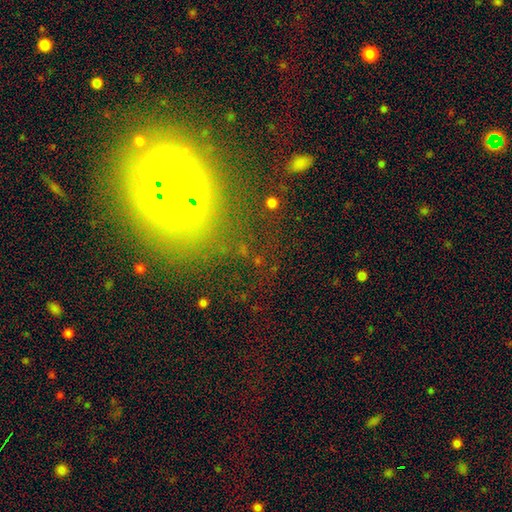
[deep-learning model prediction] The model was most divided on "spiral arm count": 2: 53%, can't tell: 17%, 3: 14%, 4: 6%, 1: 5%, more than 4: 5%. More confident: edge-on disk — no (97%); spiral arms — yes (96%); bulge size — small (79%); smooth or featured — featured or disk (79%); merging — none (70%); spiral winding — tight (70%); bar — no (66%).